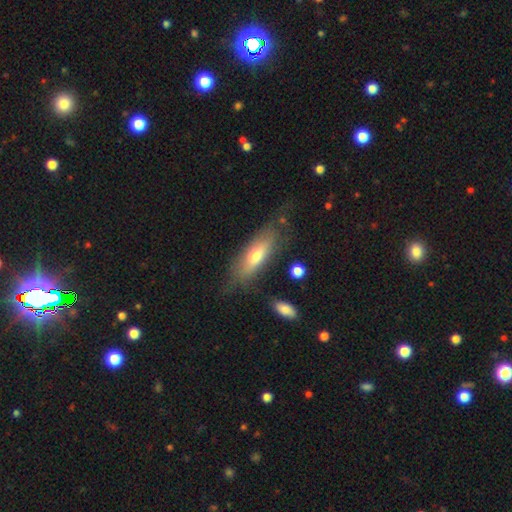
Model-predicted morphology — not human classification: Smooth or featured? smooth (58%)
How rounded? in between (53%)
Merging? none (66%)